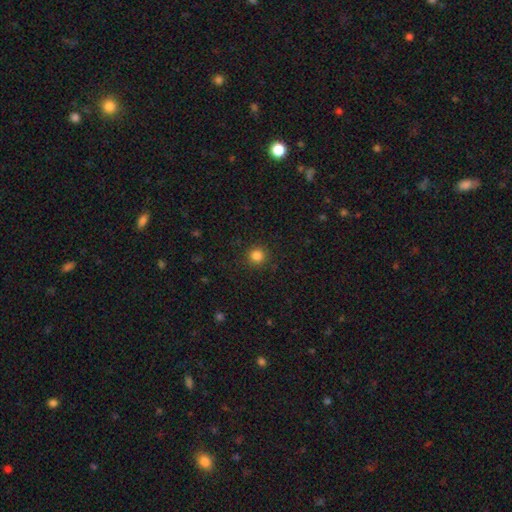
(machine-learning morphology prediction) Smooth or featured? smooth (84%)
How rounded? round (93%)
Merging? none (90%)